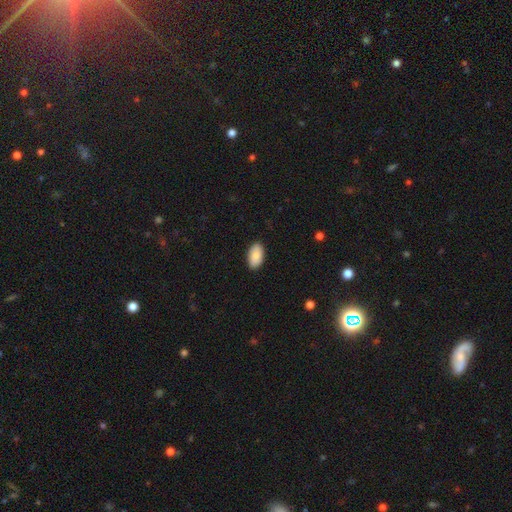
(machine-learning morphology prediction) type=smooth (88%); roundness=in between (95%); merging=none (89%).